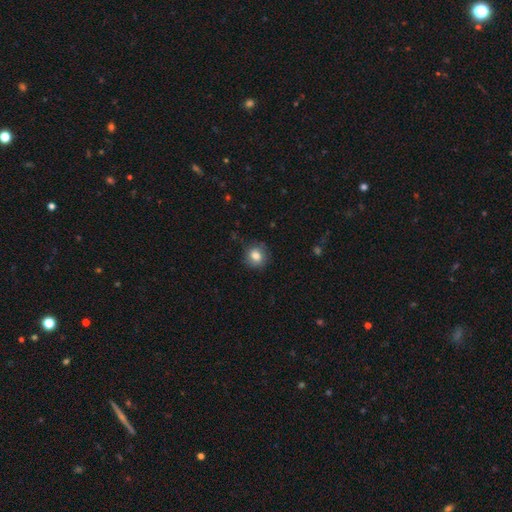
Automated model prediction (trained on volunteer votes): Smooth or featured? Predicted: smooth (p=0.82). How rounded? Predicted: round (p=0.78). Merging? Predicted: none (p=0.82).